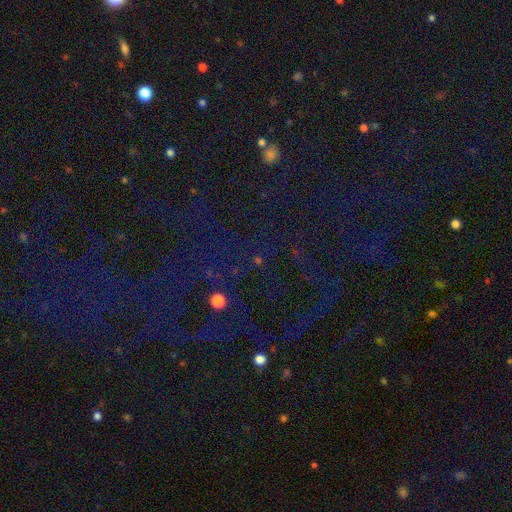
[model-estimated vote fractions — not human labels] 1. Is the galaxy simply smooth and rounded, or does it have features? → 74% star or artifact, 15% smooth, 11% featured or disk.